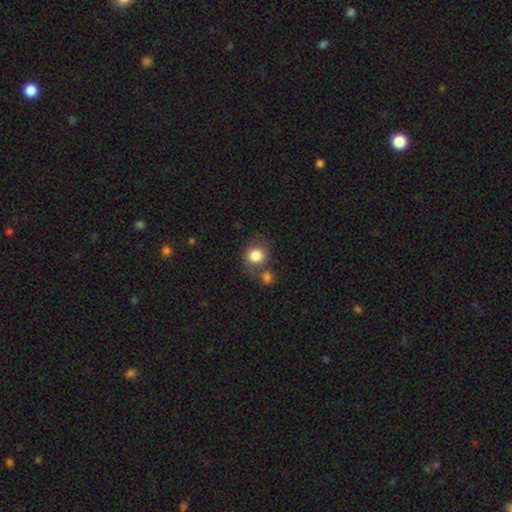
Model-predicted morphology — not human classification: Smooth or featured: smooth — 82% (star or artifact — 9%)
How rounded: round — 77% (in between — 22%)
Merging: none — 54% (merger — 25%)